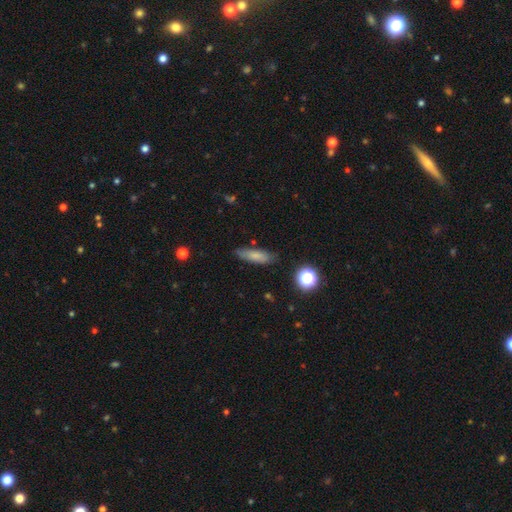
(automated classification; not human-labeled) smooth 76%, featured or disk 15%, star or artifact 10%. Down the decision tree: how rounded — cigar-shaped (53%); merging — none (80%).